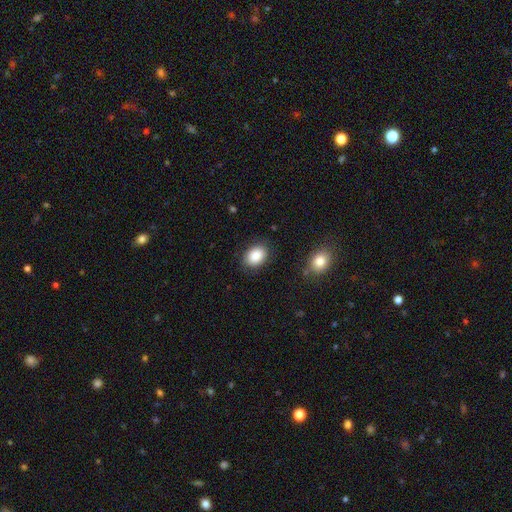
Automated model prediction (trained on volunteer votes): smooth 88%, star or artifact 7%, featured or disk 4%. Down the decision tree: how rounded — in between (77%); merging — none (85%).